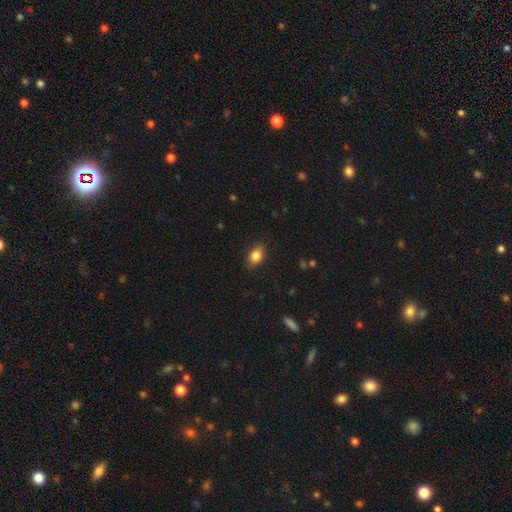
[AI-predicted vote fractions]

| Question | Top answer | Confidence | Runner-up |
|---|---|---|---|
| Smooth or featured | smooth | 85% | star or artifact (9%) |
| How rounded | in between | 78% | round (20%) |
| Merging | none | 87% | minor disturbance (10%) |